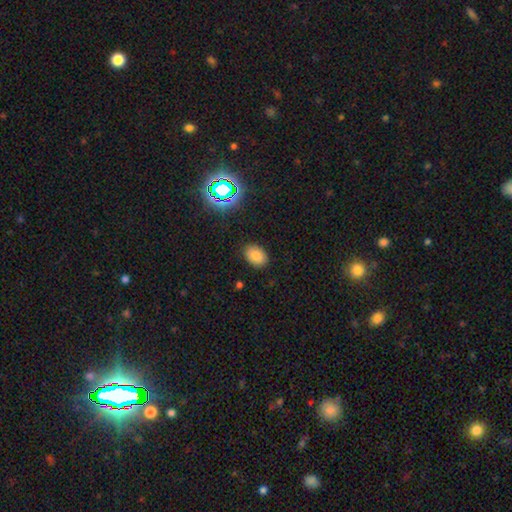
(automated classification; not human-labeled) Smooth or featured? smooth (82%)
How rounded? in between (81%)
Merging? none (87%)